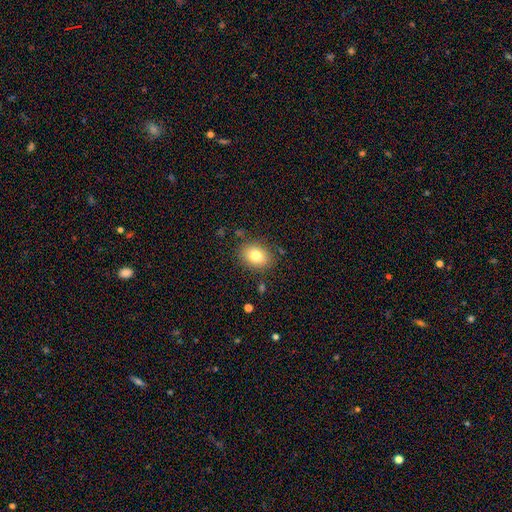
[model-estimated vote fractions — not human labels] The model was most divided on "how rounded": in between: 57%, round: 42%, cigar-shaped: 1%. More confident: merging — none (83%); smooth or featured — smooth (80%).